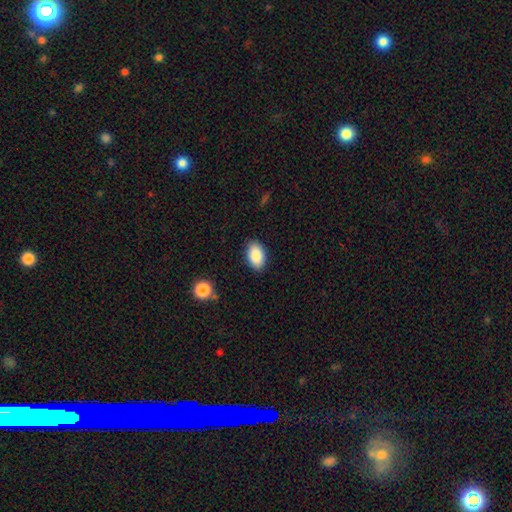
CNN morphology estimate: smooth-or-featured: smooth: 88% | star or artifact: 7% | featured or disk: 5%
  how-rounded: in between: 91% | round: 8% | cigar-shaped: 1%
  merging: none: 87% | minor disturbance: 10% | major disturbance: 2% | merger: 1%